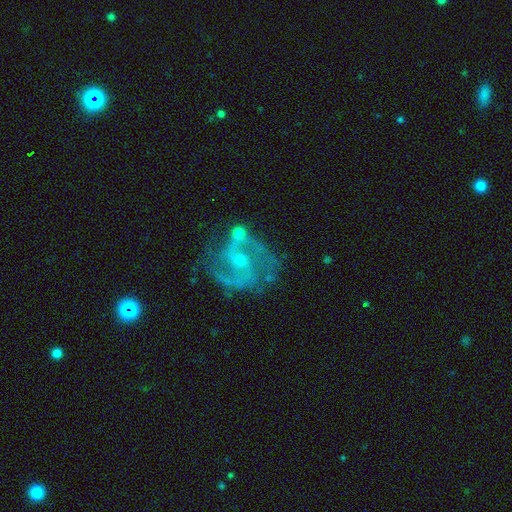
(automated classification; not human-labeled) Smooth or featured?
  - featured or disk: 56% *
  - star or artifact: 26%
  - smooth: 18%
Edge-on disk?
  - no: 96% *
  - yes: 4%
Bar?
  - no: 65% *
  - weak: 25%
  - strong: 10%
Spiral arms?
  - yes: 69% *
  - no: 31%
Bulge size?
  - small: 64% *
  - moderate: 19%
  - none: 11%
  - large: 3%
  - dominant: 3%
Merging?
  - none: 63% *
  - minor disturbance: 15%
  - major disturbance: 12%
  - merger: 10%